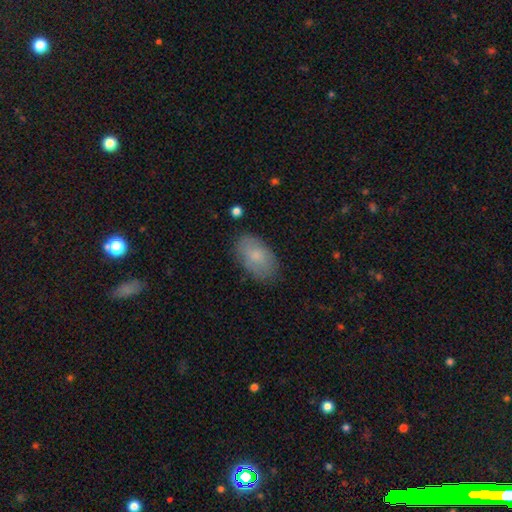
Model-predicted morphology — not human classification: smooth_or_featured: smooth (p=0.77) [alt: featured or disk p=0.16]
how_rounded: in between (p=0.93) [alt: round p=0.05]
merging: none (p=0.80) [alt: minor disturbance p=0.15]